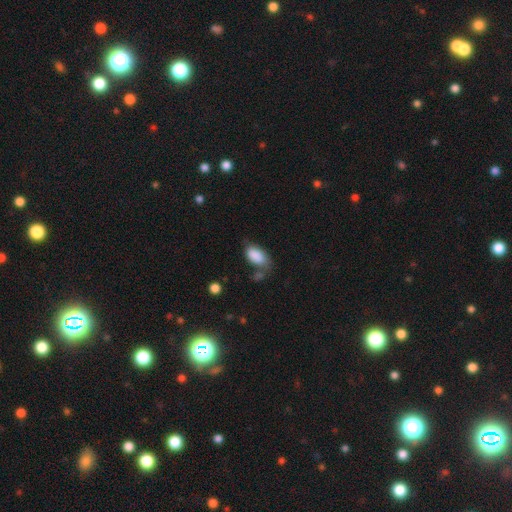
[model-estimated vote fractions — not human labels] smooth-or-featured: smooth: 86% | star or artifact: 7% | featured or disk: 6%
  how-rounded: in between: 93% | round: 5% | cigar-shaped: 2%
  merging: none: 48% | minor disturbance: 27% | major disturbance: 13% | merger: 12%